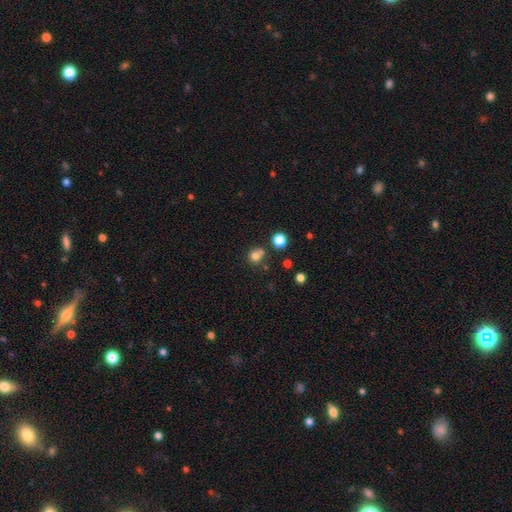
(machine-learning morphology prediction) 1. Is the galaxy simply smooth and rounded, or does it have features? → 76% smooth, 15% star or artifact, 9% featured or disk.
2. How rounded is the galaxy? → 84% round, 15% in between, 1% cigar-shaped.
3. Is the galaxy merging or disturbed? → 55% none, 30% merger, 11% minor disturbance, 4% major disturbance.